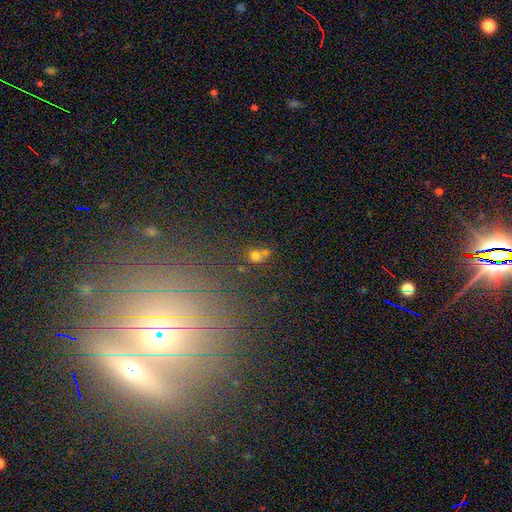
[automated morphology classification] smooth 64%, star or artifact 24%, featured or disk 12%. Down the decision tree: how rounded — round (78%); merging — none (51%).